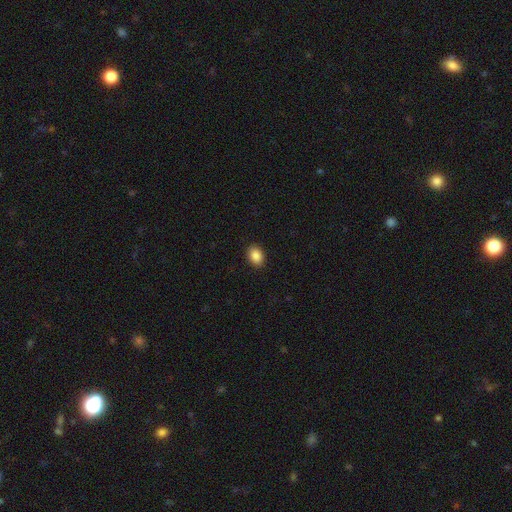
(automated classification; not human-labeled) A smooth galaxy with no disk features (88%) that is in between round and cigar-shaped (71%).

Vote fractions:
- Smooth or featured? smooth: 88% / star or artifact: 8% / featured or disk: 4%
- How rounded? in between: 71% / round: 28% / cigar-shaped: 1%
- Merging? none: 91% / minor disturbance: 7% / major disturbance: 2% / merger: 1%